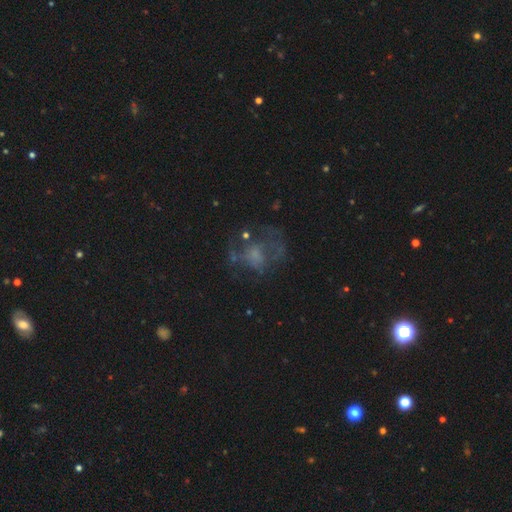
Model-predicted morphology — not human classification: A featured or disk galaxy (53%) with no bar (80%), no spiral arms (63%) and no central bulge (42%).

Vote fractions:
- Smooth or featured? featured or disk: 53% / smooth: 27% / star or artifact: 20%
- Edge-on disk? no: 97% / yes: 3%
- Bar? no: 80% / weak: 16% / strong: 3%
- Spiral arms? no: 63% / yes: 37%
- Bulge size? none: 42% / small: 25% / moderate: 23% / large: 7% / dominant: 2%
- Merging? none: 45% / major disturbance: 33% / minor disturbance: 18% / merger: 4%